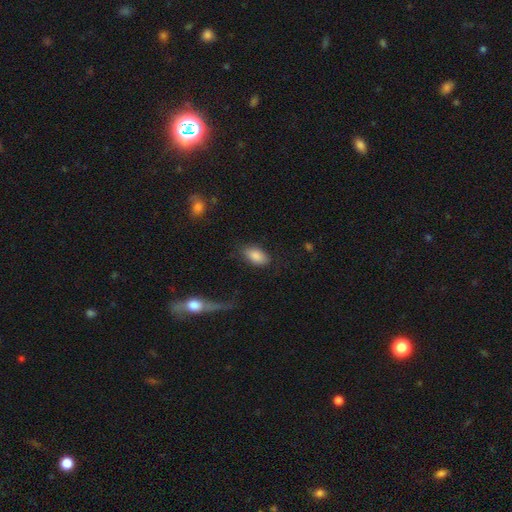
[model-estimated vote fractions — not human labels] The model was most divided on "merging": none: 79%, minor disturbance: 13%, major disturbance: 5%, merger: 2%. More confident: how rounded — in between (93%); smooth or featured — smooth (87%).